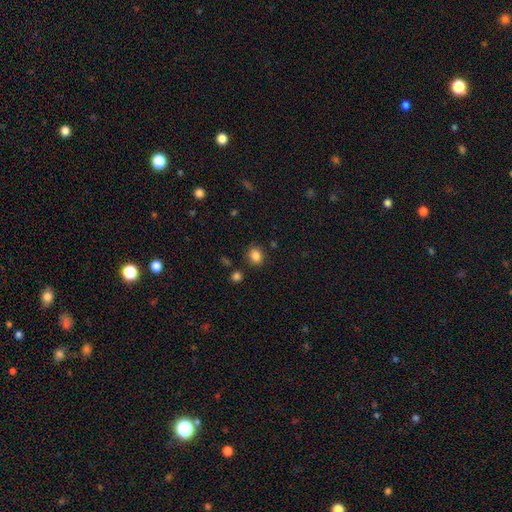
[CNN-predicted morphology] smooth-or-featured: smooth: 84% | star or artifact: 11% | featured or disk: 5%
  how-rounded: round: 64% | in between: 35% | cigar-shaped: 1%
  merging: none: 85% | minor disturbance: 9% | merger: 3% | major disturbance: 3%